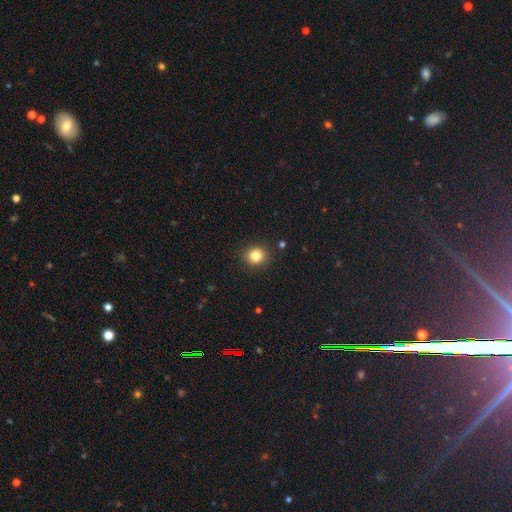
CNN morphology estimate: Q: Smooth or featured?
A: smooth (83%); runner-up: star or artifact (12%)
Q: How rounded?
A: round (88%); runner-up: in between (11%)
Q: Merging?
A: none (91%); runner-up: minor disturbance (6%)